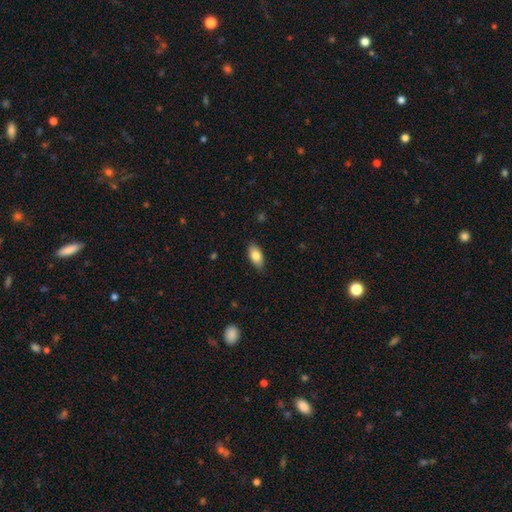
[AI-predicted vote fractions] smooth 81%, featured or disk 12%, star or artifact 7%. Down the decision tree: how rounded — in between (90%); merging — none (84%).